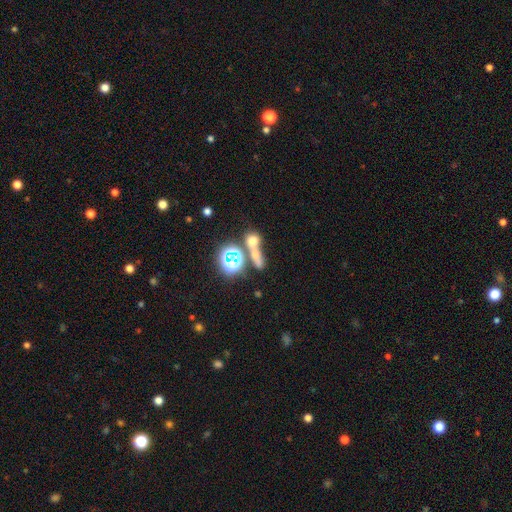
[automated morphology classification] Q: Smooth or featured?
A: smooth (50%); runner-up: star or artifact (35%)
Q: How rounded?
A: round (55%); runner-up: in between (32%)
Q: Merging?
A: merger (42%); runner-up: none (41%)